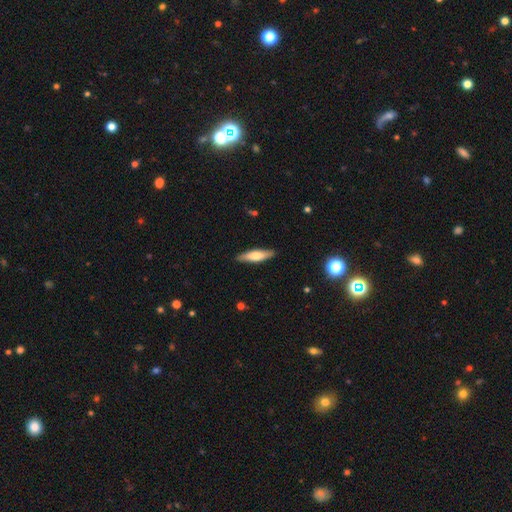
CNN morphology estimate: type=smooth (61%); roundness=cigar-shaped (69%); merging=none (88%).